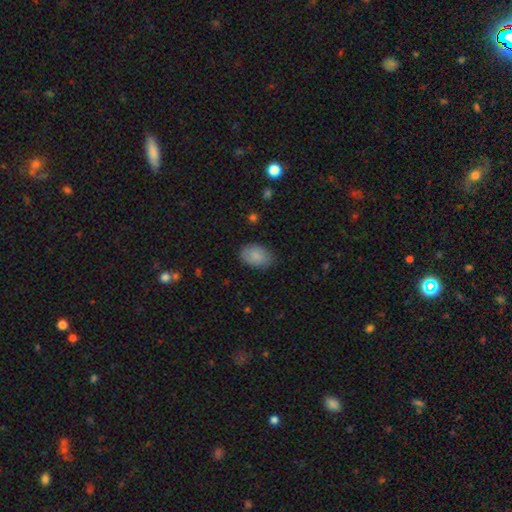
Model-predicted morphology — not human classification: A smooth galaxy with no disk features (87%) that is in between round and cigar-shaped (88%).

Vote fractions:
- Smooth or featured? smooth: 87% / featured or disk: 7% / star or artifact: 7%
- How rounded? in between: 88% / round: 10% / cigar-shaped: 1%
- Merging? none: 82% / minor disturbance: 14% / major disturbance: 3% / merger: 1%